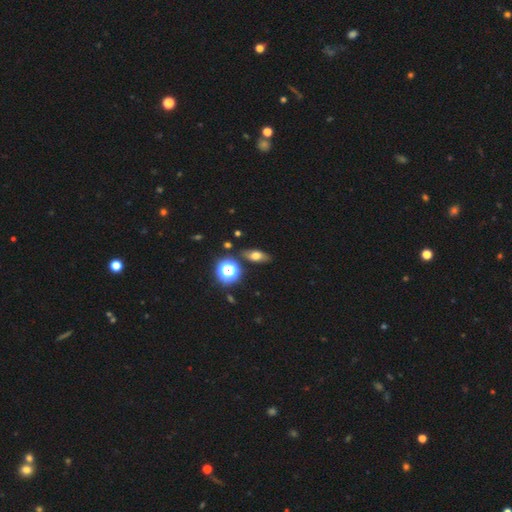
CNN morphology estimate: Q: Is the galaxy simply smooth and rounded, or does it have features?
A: smooth — 59%.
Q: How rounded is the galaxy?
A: in between — 68%.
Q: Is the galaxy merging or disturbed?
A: none — 83%.